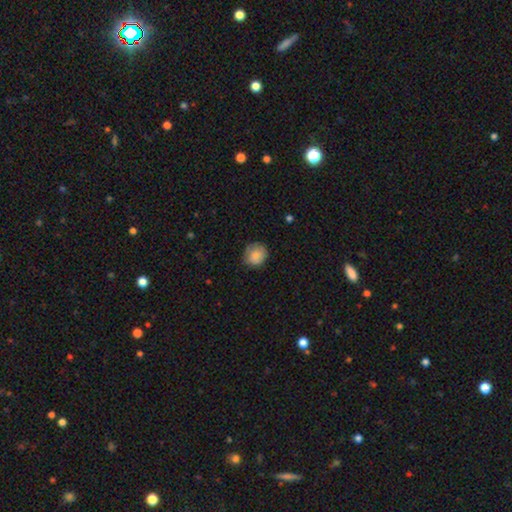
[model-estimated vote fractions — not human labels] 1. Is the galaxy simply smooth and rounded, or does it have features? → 81% smooth, 12% featured or disk, 7% star or artifact.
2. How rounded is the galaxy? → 81% round, 18% in between, 1% cigar-shaped.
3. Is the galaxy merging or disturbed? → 70% none, 24% minor disturbance, 5% major disturbance, 1% merger.